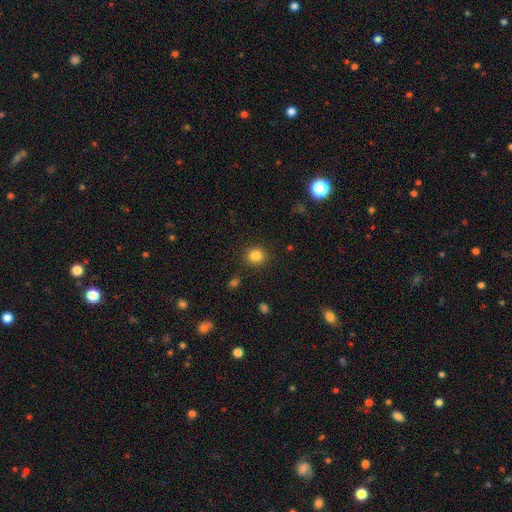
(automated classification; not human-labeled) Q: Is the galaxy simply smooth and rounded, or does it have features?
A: smooth — 84%.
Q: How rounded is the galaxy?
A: round — 86%.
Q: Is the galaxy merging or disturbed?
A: none — 89%.